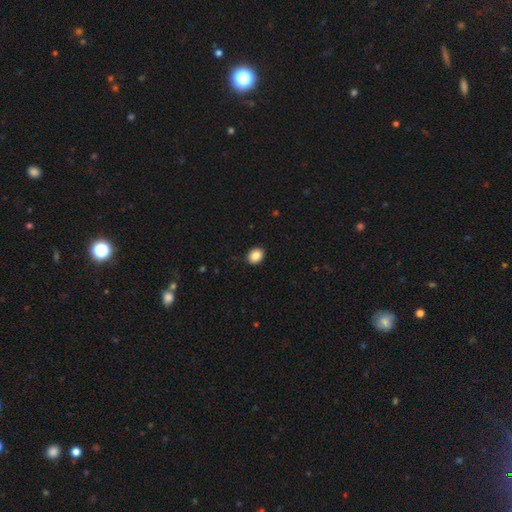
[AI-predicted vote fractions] A smooth galaxy with no disk features (87%) that is round (54%).

Vote fractions:
- Smooth or featured? smooth: 87% / star or artifact: 9% / featured or disk: 4%
- How rounded? round: 54% / in between: 45% / cigar-shaped: 1%
- Merging? none: 91% / minor disturbance: 6% / major disturbance: 2% / merger: 1%